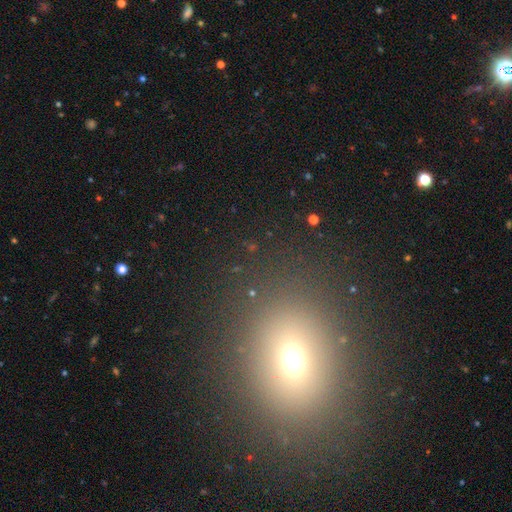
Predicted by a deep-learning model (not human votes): A smooth galaxy with no disk features (58%) that is in between round and cigar-shaped (53%).

Vote fractions:
- Smooth or featured? smooth: 58% / star or artifact: 31% / featured or disk: 12%
- How rounded? in between: 53% / round: 45% / cigar-shaped: 2%
- Merging? none: 88% / minor disturbance: 7% / major disturbance: 4% / merger: 2%